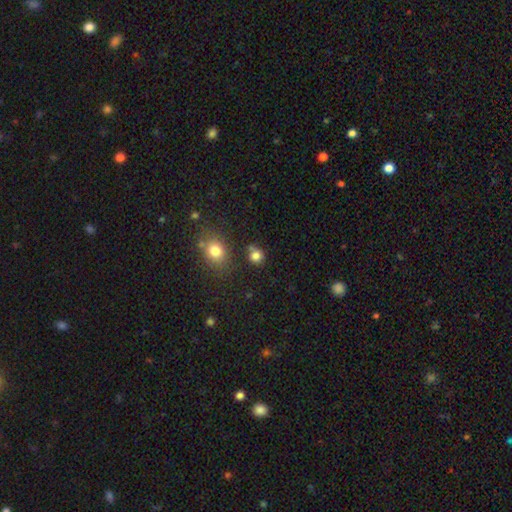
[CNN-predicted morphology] The model was most divided on "merging": none: 69%, merger: 14%, minor disturbance: 14%, major disturbance: 4%. More confident: smooth or featured — smooth (81%); how rounded — round (81%).